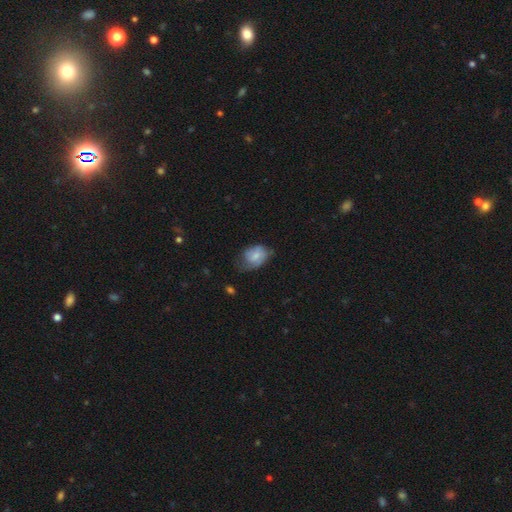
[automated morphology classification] Smooth or featured: smooth — 67% (featured or disk — 26%)
How rounded: in between — 73% (round — 26%)
Merging: minor disturbance — 40% (none — 39%)